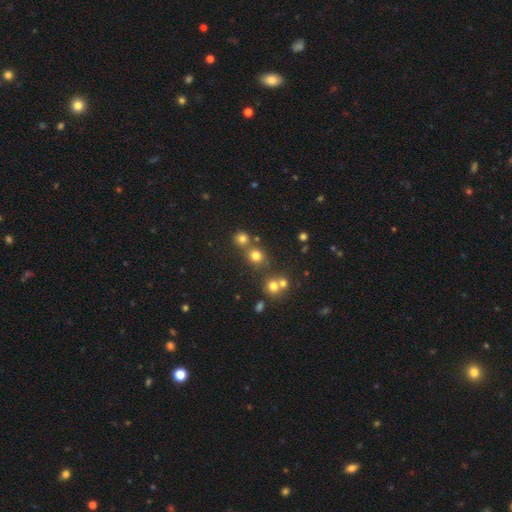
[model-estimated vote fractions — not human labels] smooth 74%, star or artifact 18%, featured or disk 8%. Down the decision tree: how rounded — round (86%); merging — none (68%).